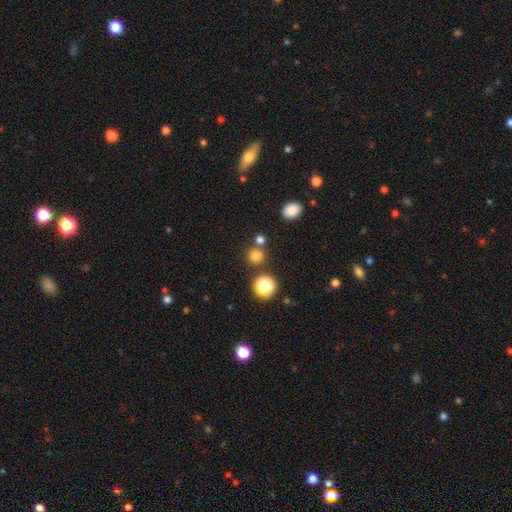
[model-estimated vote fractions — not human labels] smooth-or-featured: smooth: 76% | star or artifact: 19% | featured or disk: 5%
  how-rounded: round: 92% | in between: 7% | cigar-shaped: 1%
  merging: none: 76% | merger: 14% | minor disturbance: 7% | major disturbance: 3%